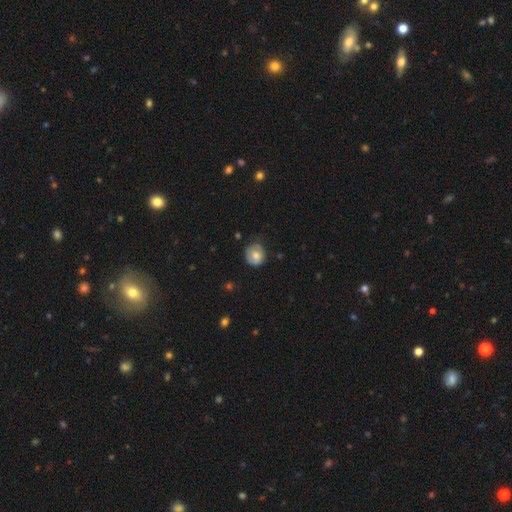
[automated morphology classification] smooth_or_featured: smooth (p=0.68) [alt: featured or disk p=0.25]
how_rounded: round (p=0.79) [alt: in between p=0.21]
merging: none (p=0.64) [alt: minor disturbance p=0.27]